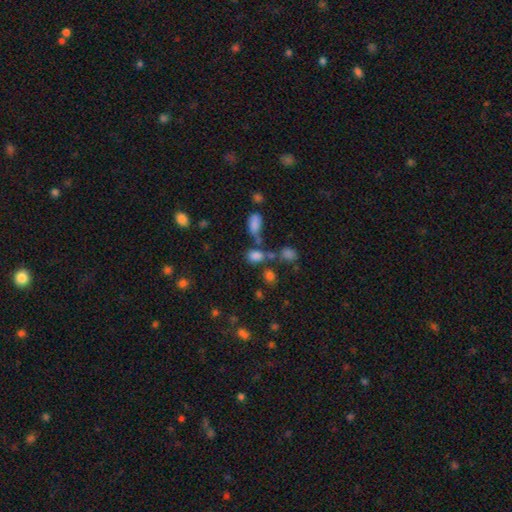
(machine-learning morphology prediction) smooth_or_featured: smooth (p=0.77) [alt: star or artifact p=0.16]
how_rounded: in between (p=0.68) [alt: round p=0.30]
merging: none (p=0.54) [alt: merger p=0.24]